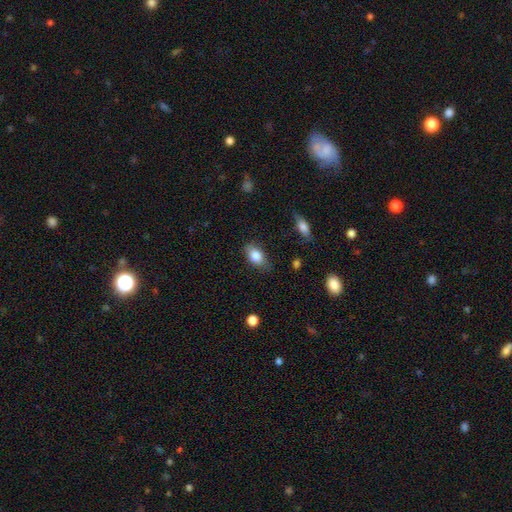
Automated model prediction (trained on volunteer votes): Smooth or featured?
  - smooth: 82% *
  - featured or disk: 11%
  - star or artifact: 8%
How rounded?
  - in between: 87% *
  - round: 10%
  - cigar-shaped: 3%
Merging?
  - none: 79% *
  - minor disturbance: 16%
  - major disturbance: 3%
  - merger: 1%